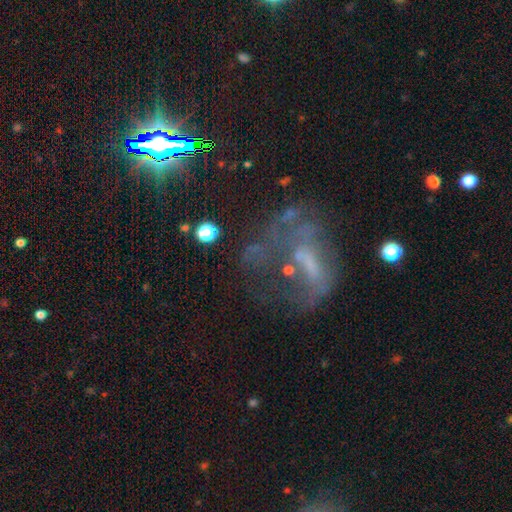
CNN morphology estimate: A featured or disk galaxy (51%). Merging: major disturbance (43%).